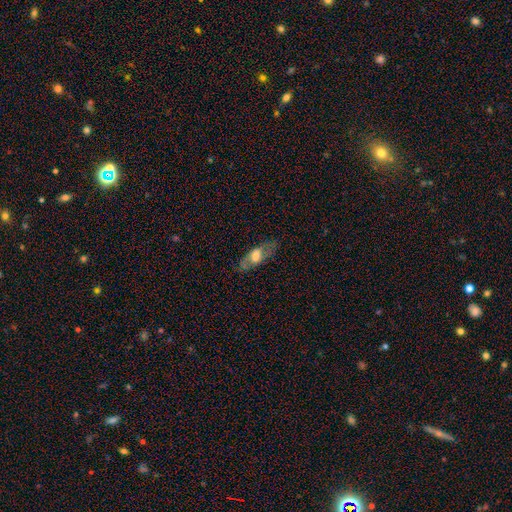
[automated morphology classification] Q: Smooth or featured?
A: featured or disk (48%); runner-up: smooth (45%)
Q: Merging?
A: none (74%); runner-up: minor disturbance (17%)